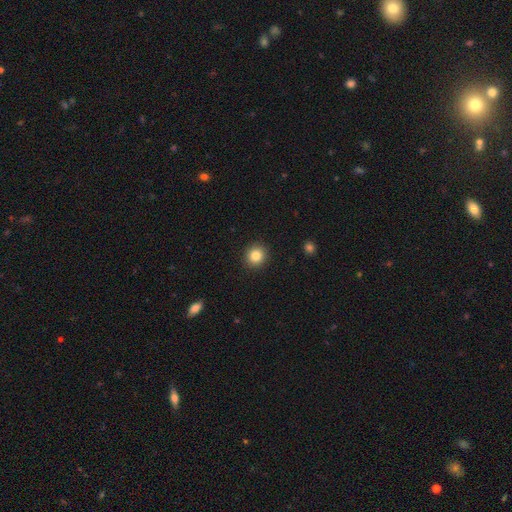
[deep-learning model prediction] A smooth galaxy with no disk features (85%) that is round (87%).

Vote fractions:
- Smooth or featured? smooth: 85% / star or artifact: 10% / featured or disk: 5%
- How rounded? round: 87% / in between: 12% / cigar-shaped: 1%
- Merging? none: 92% / minor disturbance: 5% / major disturbance: 2% / merger: 1%